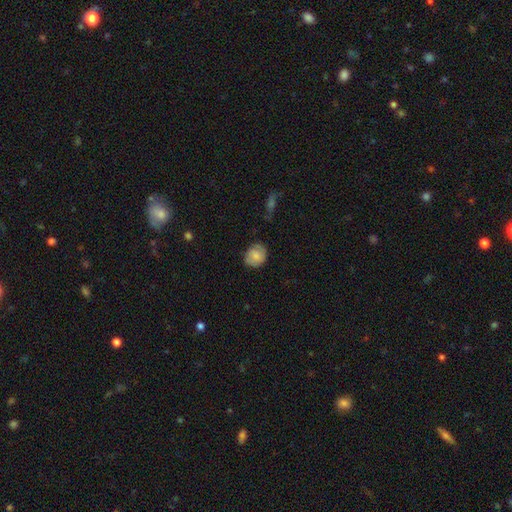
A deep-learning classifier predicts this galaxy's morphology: type=smooth (71%); roundness=round (68%); merging=none (73%).